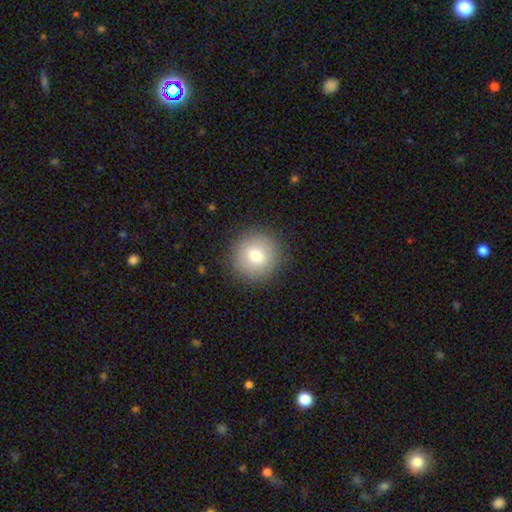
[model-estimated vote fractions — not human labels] smooth-or-featured: smooth: 79% | featured or disk: 11% | star or artifact: 10%
  how-rounded: round: 94% | in between: 5% | cigar-shaped: 1%
  merging: none: 90% | minor disturbance: 6% | major disturbance: 3% | merger: 1%